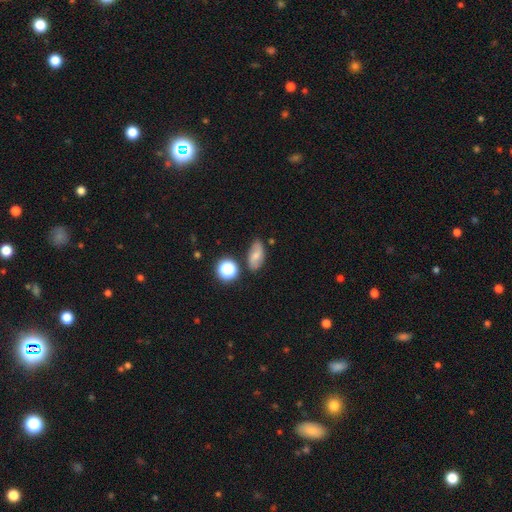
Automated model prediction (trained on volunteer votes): The model was most divided on "smooth or featured": smooth: 58%, featured or disk: 29%, star or artifact: 13%. More confident: how rounded — in between (83%); merging — none (72%).